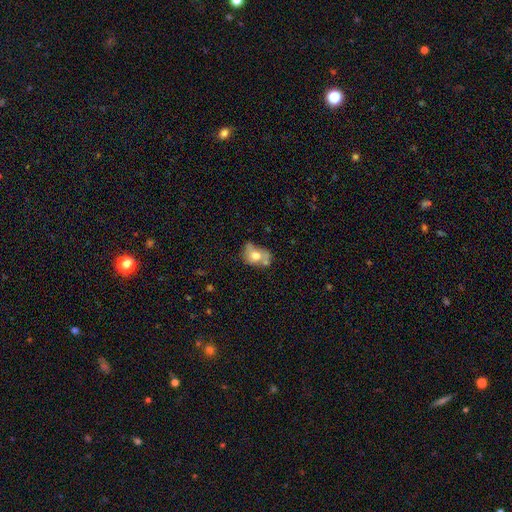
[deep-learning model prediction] This appears to be a smooth galaxy with no disk features (64%) that is in between round and cigar-shaped (63%). Merging: none (35%).